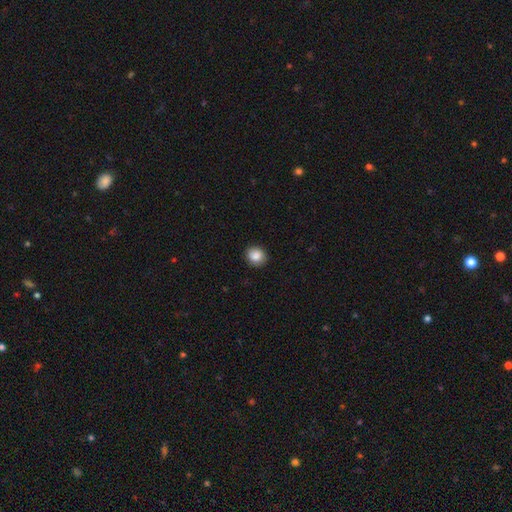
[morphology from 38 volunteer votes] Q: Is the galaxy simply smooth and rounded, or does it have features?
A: smooth — 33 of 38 (87%).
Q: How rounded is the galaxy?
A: round — 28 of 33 (85%).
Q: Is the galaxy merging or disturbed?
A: none — 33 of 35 (94%).